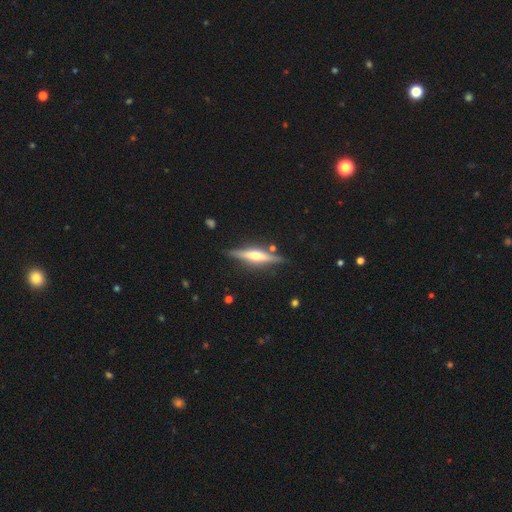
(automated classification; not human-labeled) featured or disk 73%, smooth 21%, star or artifact 6%. Down the decision tree: edge-on disk — yes (97%); edge-on bulge — rounded (84%); merging — none (86%).